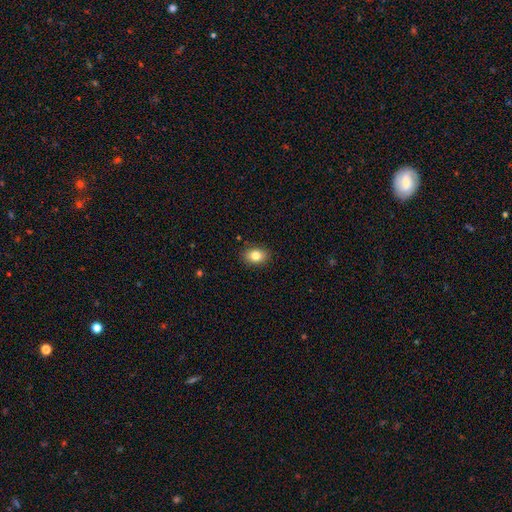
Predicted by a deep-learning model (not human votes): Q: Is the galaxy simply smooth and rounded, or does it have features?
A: smooth — 82%.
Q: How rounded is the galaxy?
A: in between — 75%.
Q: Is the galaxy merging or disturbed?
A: none — 88%.